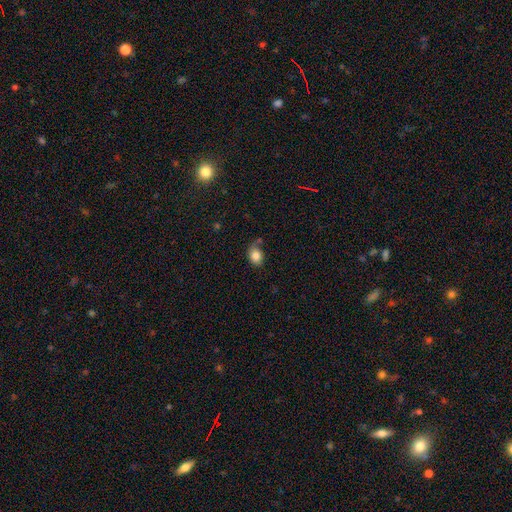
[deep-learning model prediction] smooth 82%, star or artifact 9%, featured or disk 9%. Down the decision tree: how rounded — in between (58%); merging — none (60%).